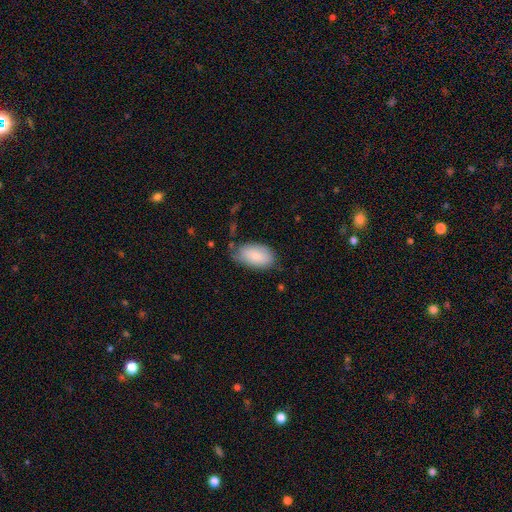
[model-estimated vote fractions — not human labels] Morphology: type=smooth (77%); roundness=in between (94%); merging=none (59%).